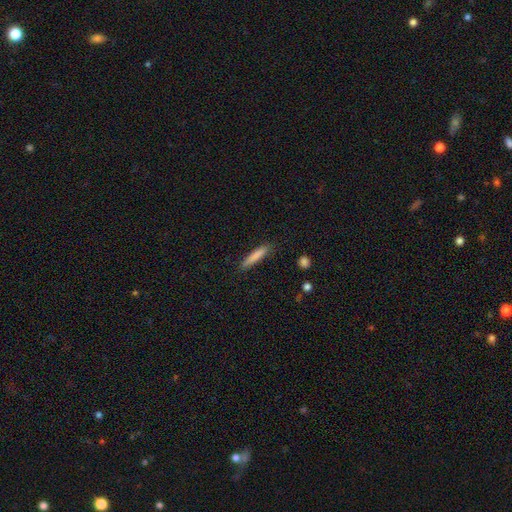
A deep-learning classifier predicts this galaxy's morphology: smooth_or_featured: smooth (p=0.80) [alt: featured or disk p=0.14]
how_rounded: cigar-shaped (p=0.91) [alt: in between p=0.08]
merging: none (p=0.85) [alt: minor disturbance p=0.11]